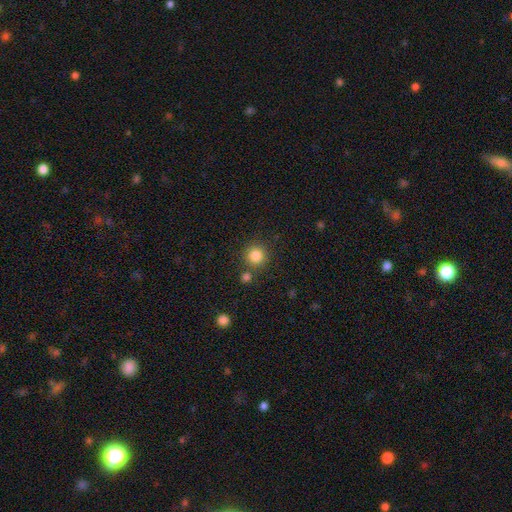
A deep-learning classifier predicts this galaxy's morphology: This is clearly a smooth galaxy (84%). How rounded: clearly round (94%). Merging: clearly none (81%).